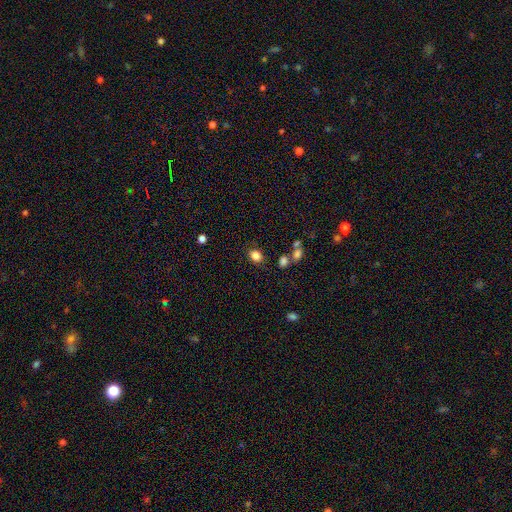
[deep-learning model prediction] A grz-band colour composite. It shows a smooth galaxy with no disk features (84%) that is in between round and cigar-shaped (54%). Merging: none (81%).